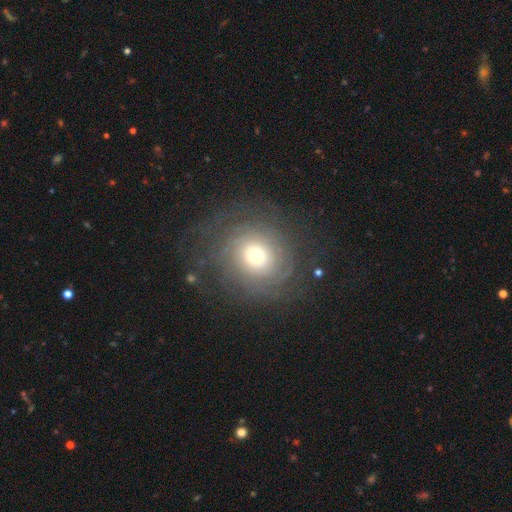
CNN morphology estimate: Smooth or featured: featured or disk — 67% (smooth — 23%)
Edge-on disk: no — 97% (yes — 3%)
Bar: no — 85% (weak — 12%)
Spiral arms: yes — 87% (no — 13%)
Spiral winding: tight — 74% (medium — 17%)
Spiral arm count: can't tell — 46% (2 — 14%)
Bulge size: moderate — 57% (small — 27%)
Merging: none — 76% (minor disturbance — 13%)